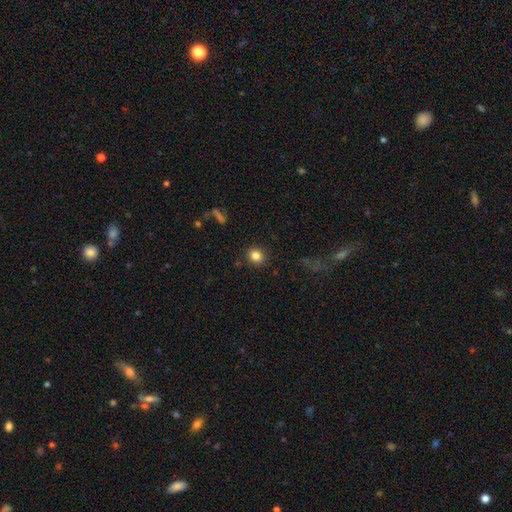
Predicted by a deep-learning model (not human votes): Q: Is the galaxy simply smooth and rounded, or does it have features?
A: smooth — 82%.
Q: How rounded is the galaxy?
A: round — 83%.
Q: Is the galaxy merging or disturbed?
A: none — 89%.